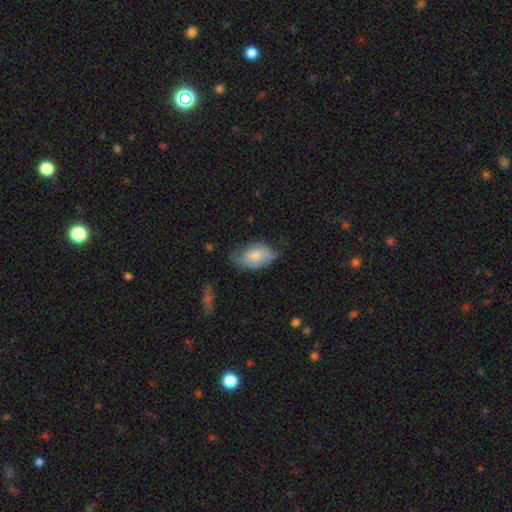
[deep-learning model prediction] Overall: smooth (68%). How rounded: in between (92%). Merging: none (47%; minor disturbance 39%).